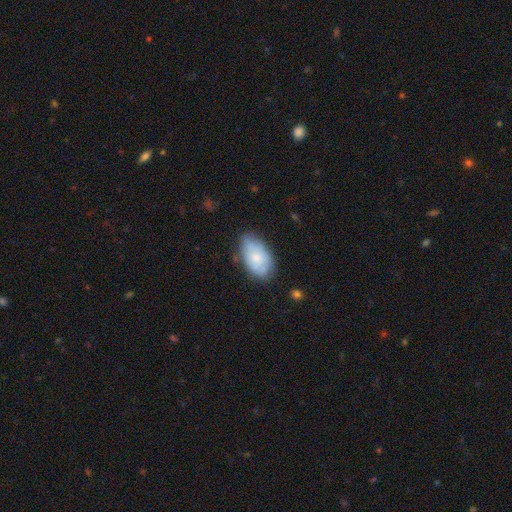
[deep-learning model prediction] Overall: smooth (70%). How rounded: in between (93%). Merging: none (64%; minor disturbance 29%).